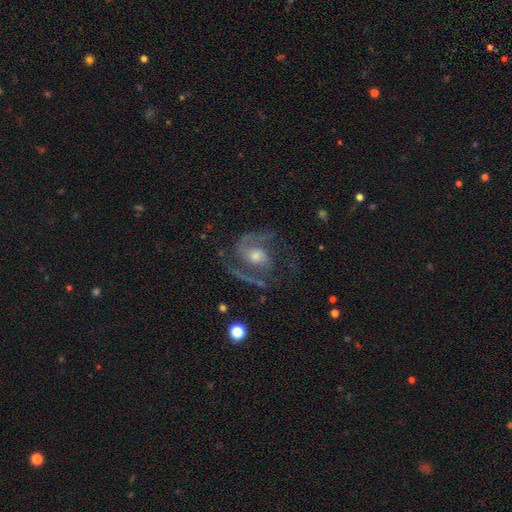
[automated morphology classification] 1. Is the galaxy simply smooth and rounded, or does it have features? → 88% featured or disk, 6% star or artifact, 6% smooth.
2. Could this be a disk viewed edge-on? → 97% no, 3% yes.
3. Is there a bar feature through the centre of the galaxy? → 51% no, 37% weak, 13% strong.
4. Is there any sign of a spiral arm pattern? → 96% yes, 4% no.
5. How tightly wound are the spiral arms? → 60% medium, 22% tight, 18% loose.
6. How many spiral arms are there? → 83% 2, 5% 3, 4% can't tell, 4% 1, 2% 4, 2% more than 4.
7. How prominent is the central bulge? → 53% moderate, 36% small, 7% large, 3% none, 1% dominant.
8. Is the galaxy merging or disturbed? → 65% none, 17% minor disturbance, 16% major disturbance, 2% merger.